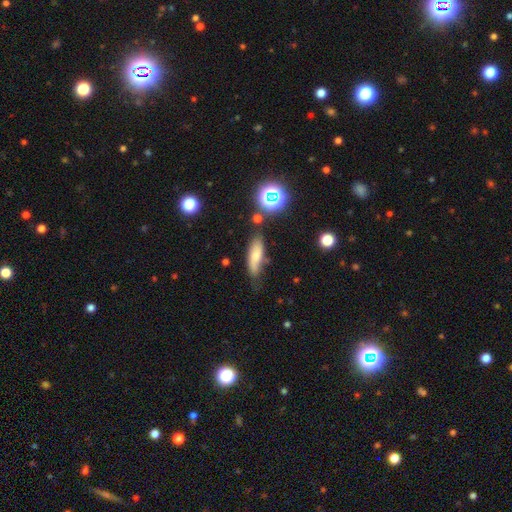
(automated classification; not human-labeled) Smooth or featured? Predicted: smooth (p=0.70). How rounded? Predicted: in between (p=0.52). Merging? Predicted: none (p=0.60).